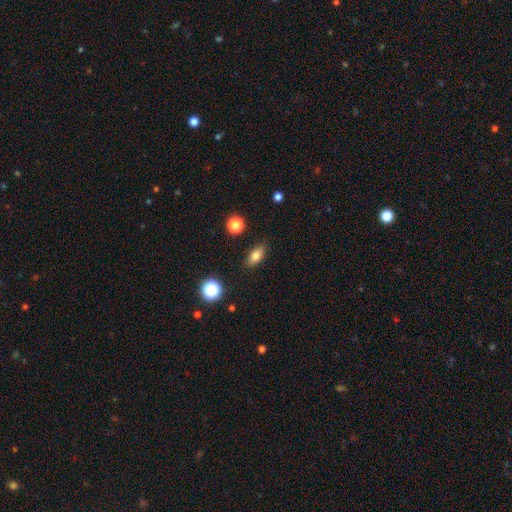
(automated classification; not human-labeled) A smooth galaxy with no disk features (80%) that is in between round and cigar-shaped (81%). Merging: none (85%).